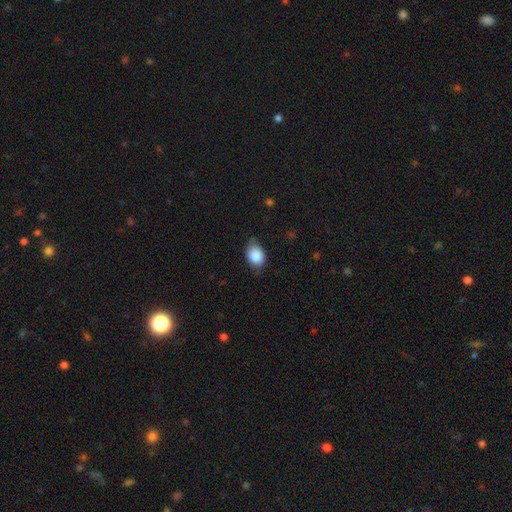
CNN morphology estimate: Smooth or featured?
  - smooth: 86% *
  - star or artifact: 7%
  - featured or disk: 7%
How rounded?
  - in between: 68% *
  - round: 31%
  - cigar-shaped: 1%
Merging?
  - none: 61% *
  - minor disturbance: 32%
  - major disturbance: 6%
  - merger: 1%